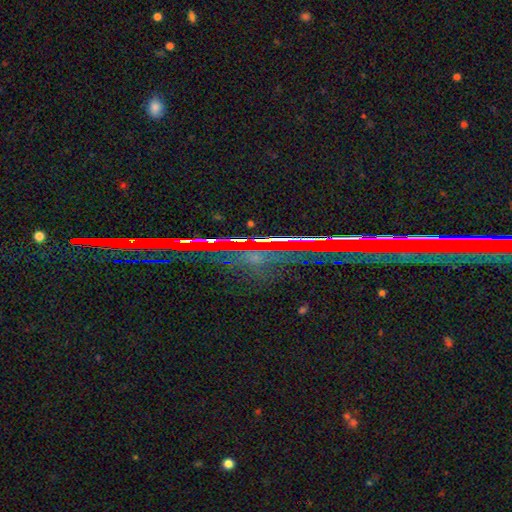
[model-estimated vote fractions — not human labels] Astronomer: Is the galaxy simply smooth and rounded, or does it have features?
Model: star or artifact — 80%.